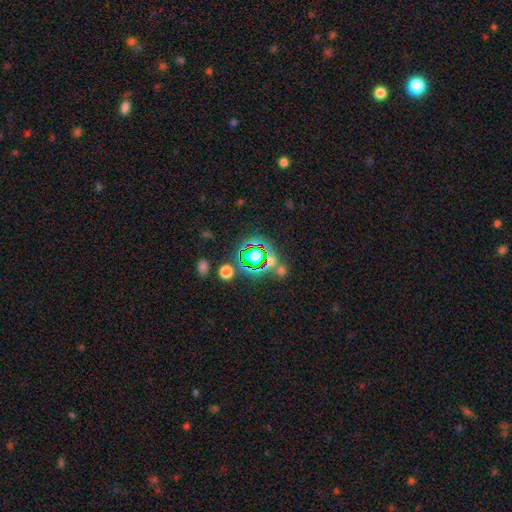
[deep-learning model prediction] Smooth or featured?
  - star or artifact: 62% *
  - smooth: 27%
  - featured or disk: 11%